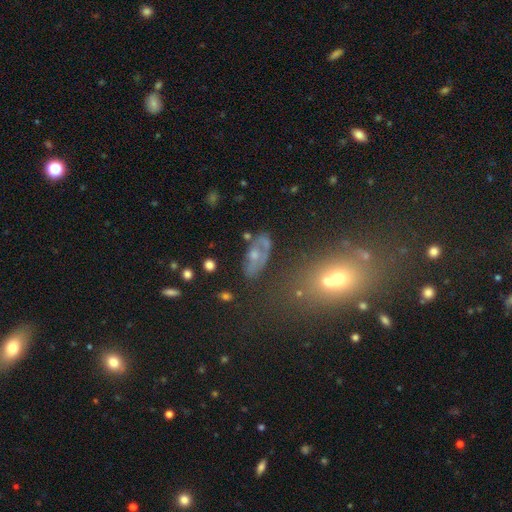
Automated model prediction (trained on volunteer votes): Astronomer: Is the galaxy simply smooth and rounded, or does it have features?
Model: featured or disk — 51% (runner-up: smooth, 34%).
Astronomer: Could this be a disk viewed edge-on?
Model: no — 87%.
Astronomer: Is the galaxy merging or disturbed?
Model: none — 55%.